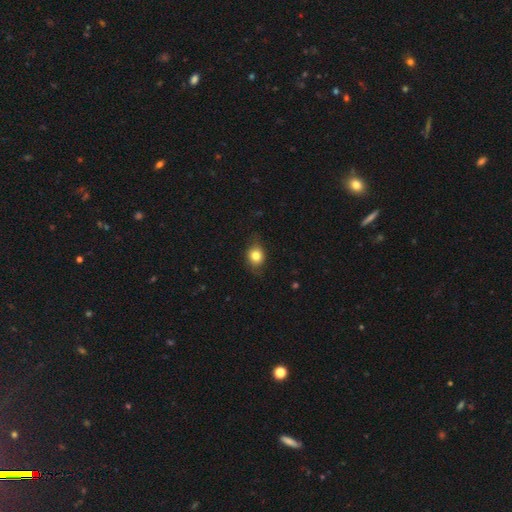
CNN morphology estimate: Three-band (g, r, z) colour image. It shows a smooth galaxy with no disk features (78%) that is round (60%). Merging: none (72%).